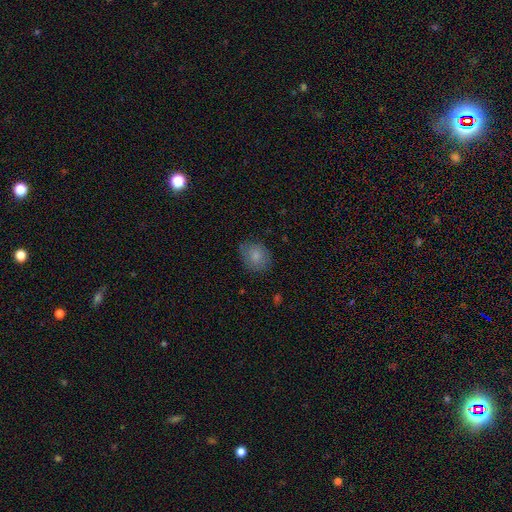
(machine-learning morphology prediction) Q: Smooth or featured?
A: smooth (82%); runner-up: featured or disk (10%)
Q: How rounded?
A: round (56%); runner-up: in between (43%)
Q: Merging?
A: none (75%); runner-up: minor disturbance (19%)